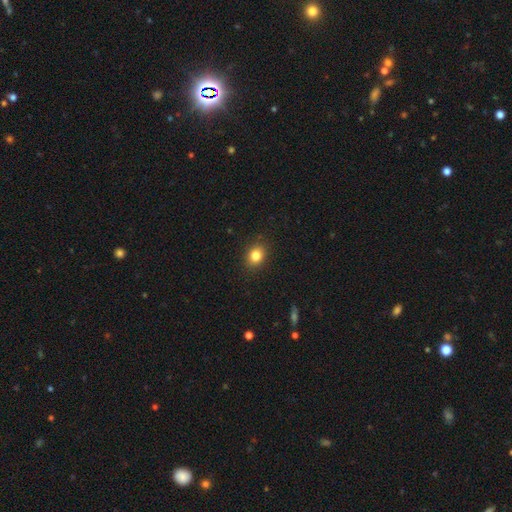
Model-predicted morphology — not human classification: Smooth or featured? Predicted: smooth (p=0.82). How rounded? Predicted: round (p=0.52). Merging? Predicted: none (p=0.89).